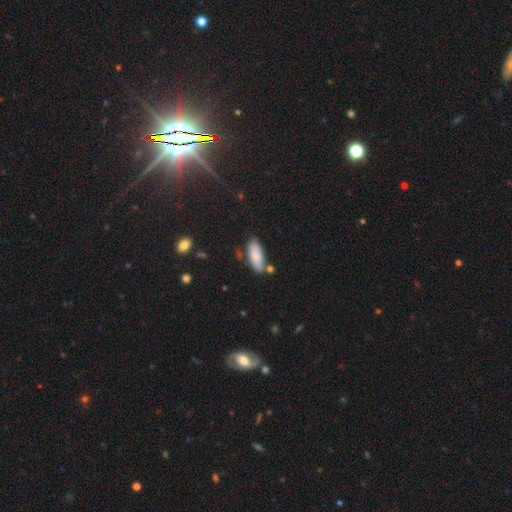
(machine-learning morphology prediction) This appears to be a smooth galaxy with no disk features (83%) that is in between round and cigar-shaped (75%). Merging: none (70%).